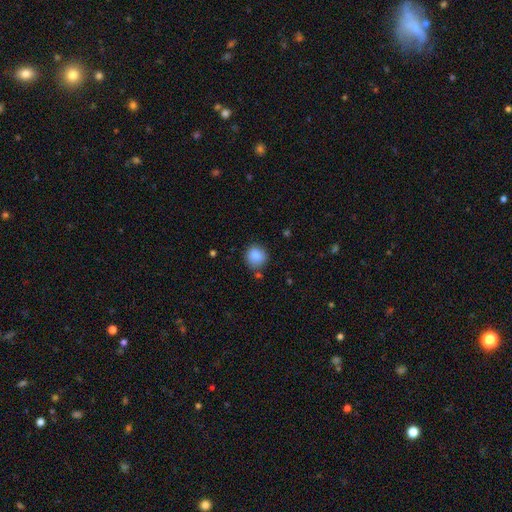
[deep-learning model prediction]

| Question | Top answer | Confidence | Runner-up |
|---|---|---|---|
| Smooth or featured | smooth | 87% | star or artifact (9%) |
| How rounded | round | 89% | in between (10%) |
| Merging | none | 82% | minor disturbance (11%) |